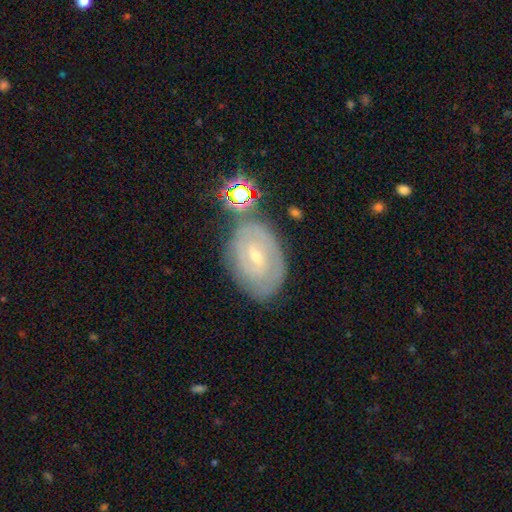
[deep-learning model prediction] Smooth or featured? featured or disk (70%)
Edge-on disk? no (95%)
Bar? weak (44%)
Spiral arms? yes (77%)
Spiral winding? tight (72%)
Spiral arm count? can't tell (49%)
Bulge size? small (71%)
Merging? none (71%)